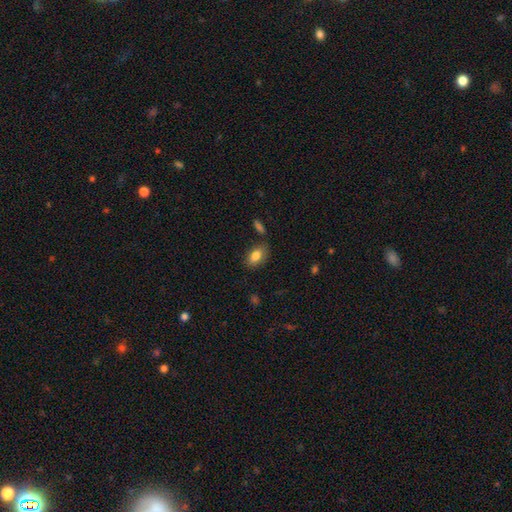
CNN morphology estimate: A smooth galaxy with no disk features (82%) that is in between round and cigar-shaped (89%).

Vote fractions:
- Smooth or featured? smooth: 82% / featured or disk: 11% / star or artifact: 7%
- How rounded? in between: 89% / round: 7% / cigar-shaped: 4%
- Merging? none: 77% / minor disturbance: 15% / merger: 4% / major disturbance: 4%